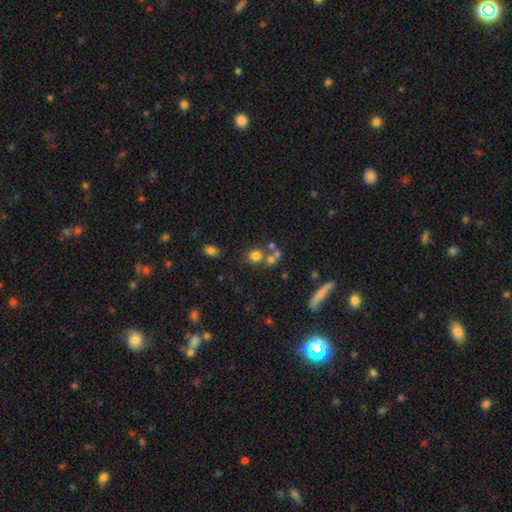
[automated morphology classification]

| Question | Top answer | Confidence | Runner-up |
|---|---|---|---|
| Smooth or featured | smooth | 71% | star or artifact (16%) |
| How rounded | round | 81% | in between (18%) |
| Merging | none | 55% | merger (31%) |